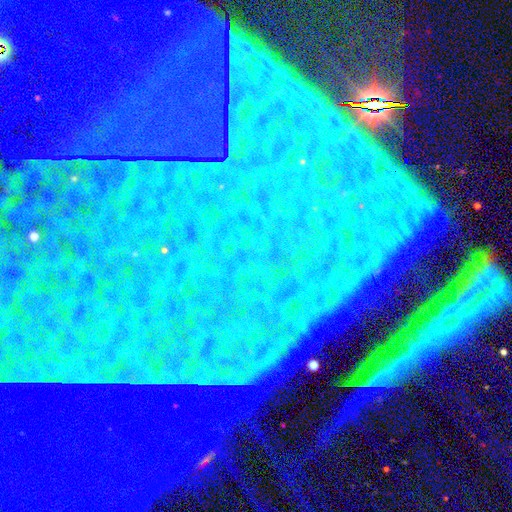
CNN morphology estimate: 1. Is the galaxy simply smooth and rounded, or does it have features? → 85% star or artifact, 8% featured or disk, 7% smooth.